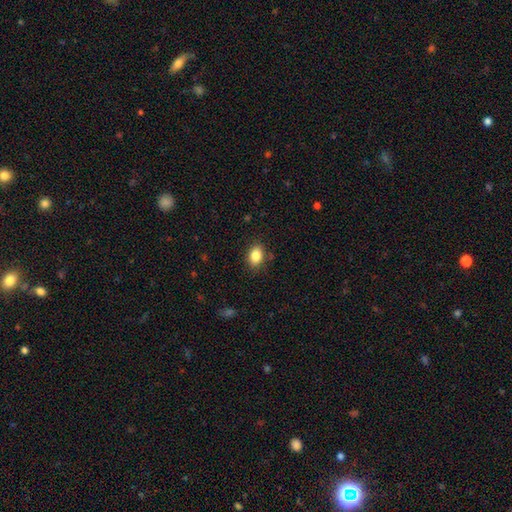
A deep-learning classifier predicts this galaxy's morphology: Q: Smooth or featured?
A: smooth (85%); runner-up: star or artifact (9%)
Q: How rounded?
A: in between (79%); runner-up: round (20%)
Q: Merging?
A: none (85%); runner-up: minor disturbance (11%)